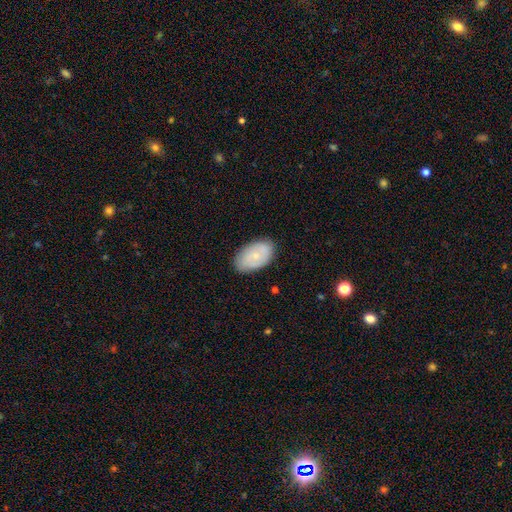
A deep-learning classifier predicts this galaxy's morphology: Smooth or featured: smooth — 64% (featured or disk — 29%)
How rounded: in between — 93% (round — 6%)
Merging: none — 82% (minor disturbance — 14%)